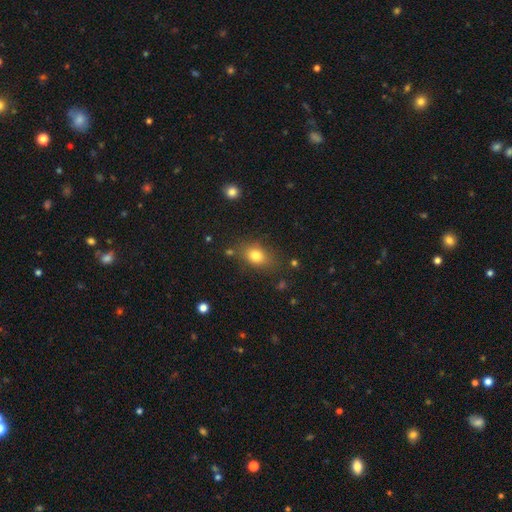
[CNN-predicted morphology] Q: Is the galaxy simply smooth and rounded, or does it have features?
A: smooth — 79%.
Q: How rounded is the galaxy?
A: in between — 68%.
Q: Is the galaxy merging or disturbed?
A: none — 77%.